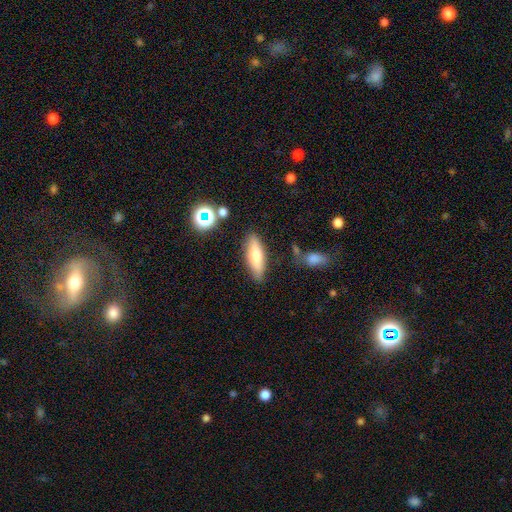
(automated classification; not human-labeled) Overall: smooth (67%). How rounded: cigar-shaped (53%; in between 45%). Merging: none (81%).